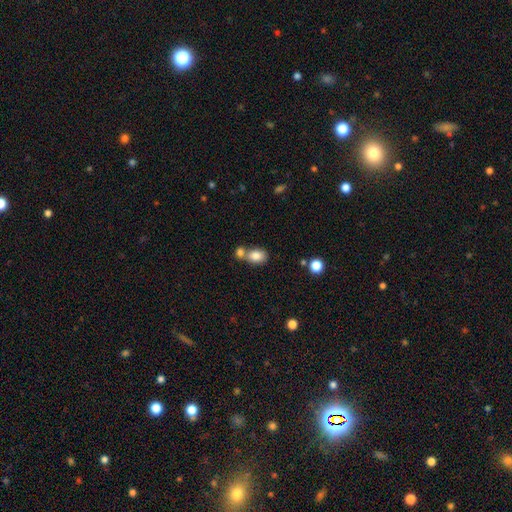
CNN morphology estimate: Smooth or featured? smooth (83%)
How rounded? in between (74%)
Merging? none (44%)